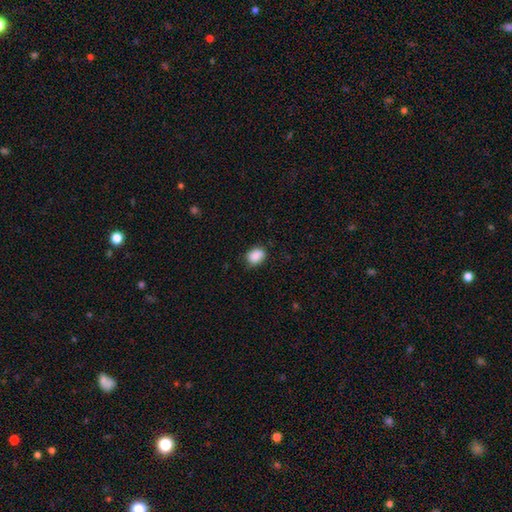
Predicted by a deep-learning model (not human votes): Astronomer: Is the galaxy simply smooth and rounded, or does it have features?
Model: smooth — 88%.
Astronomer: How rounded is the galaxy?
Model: in between — 61% (runner-up: round, 38%).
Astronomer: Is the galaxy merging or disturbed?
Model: none — 75%.